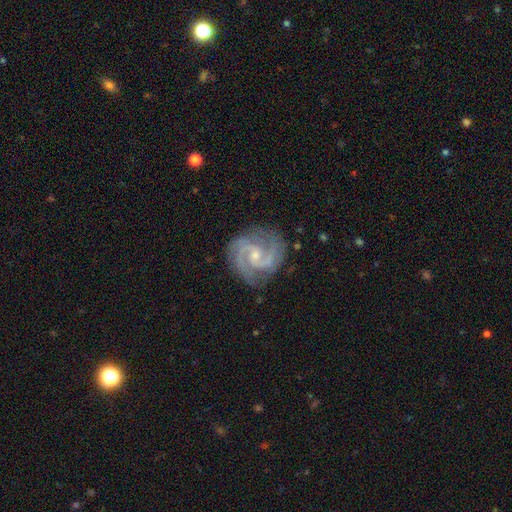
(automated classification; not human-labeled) The model was most divided on "bar": no: 47%, weak: 43%, strong: 11%. More confident: spiral arms — yes (99%); edge-on disk — no (98%); smooth or featured — featured or disk (93%); merging — none (80%); spiral arm count — 2 (76%); bulge size — small (68%); spiral winding — medium (52%).